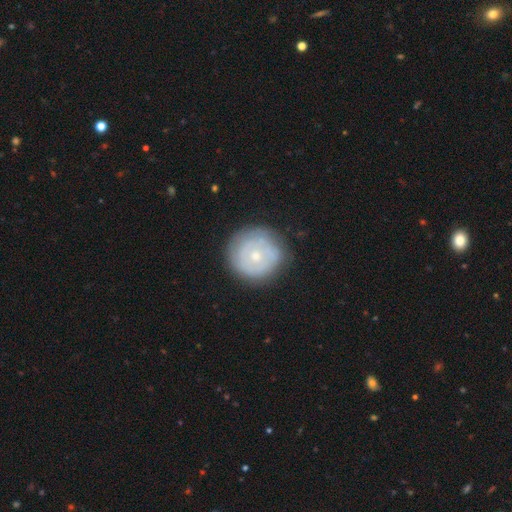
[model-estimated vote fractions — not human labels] This is possibly a featured or disk galaxy (53%). It is clearly not viewed edge-on (97%). Bar: clearly no (86%). Spiral arm pattern: possibly yes (53%). Central bulge: possibly small (55%). Merging: likely none (78%).